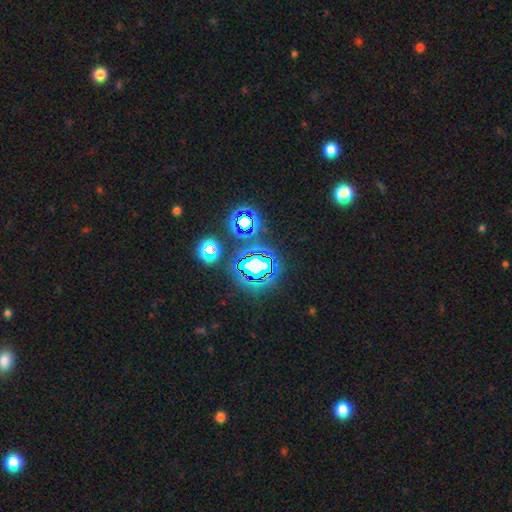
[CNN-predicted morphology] Overall: star or artifact (77%).